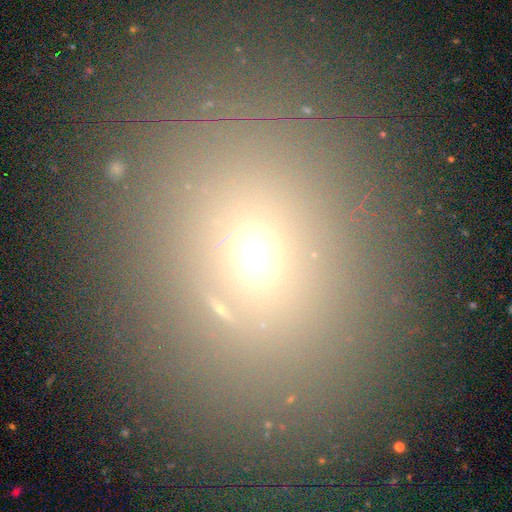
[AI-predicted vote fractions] Smooth or featured? Predicted: smooth (p=0.63). How rounded? Predicted: round (p=0.49). Merging? Predicted: none (p=0.77).